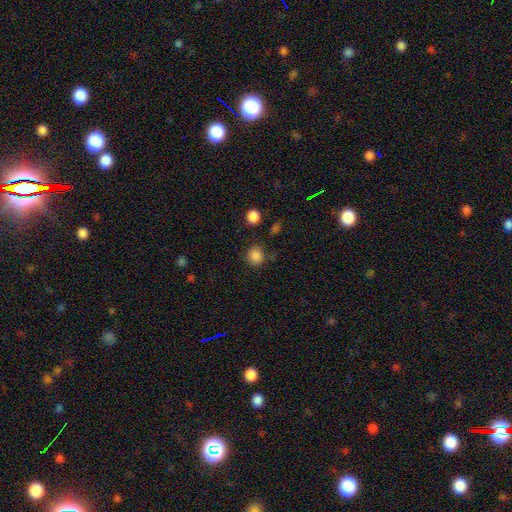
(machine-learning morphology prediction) Smooth or featured?
  - smooth: 85% *
  - star or artifact: 12%
  - featured or disk: 3%
How rounded?
  - round: 86% *
  - in between: 13%
  - cigar-shaped: 1%
Merging?
  - none: 79% *
  - minor disturbance: 12%
  - major disturbance: 4%
  - merger: 4%